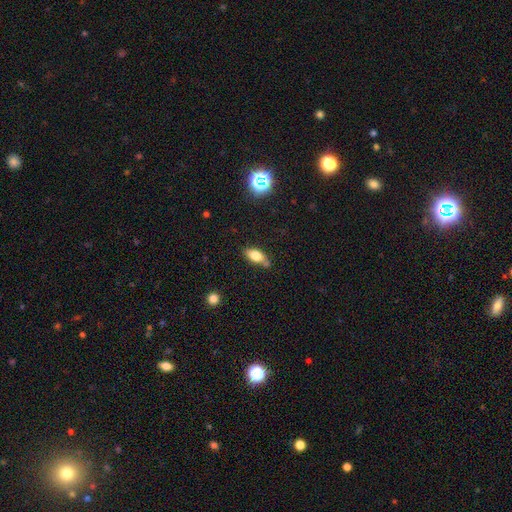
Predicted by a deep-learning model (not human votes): Overall: smooth (75%). How rounded: in between (85%). Merging: none (66%).